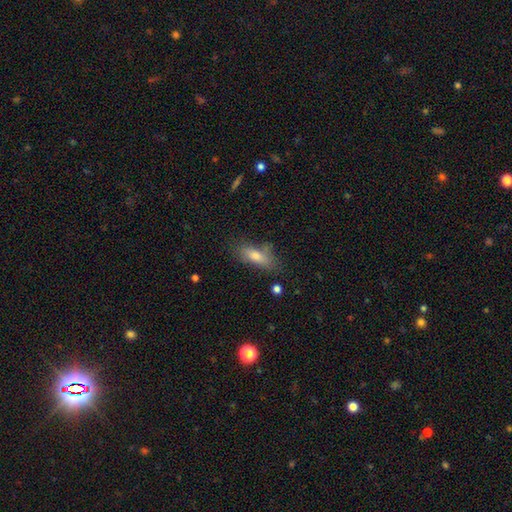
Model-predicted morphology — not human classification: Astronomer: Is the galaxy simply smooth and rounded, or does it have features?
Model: smooth — 72%.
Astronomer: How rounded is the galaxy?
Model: in between — 64%.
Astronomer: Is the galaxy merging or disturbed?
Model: none — 70%.